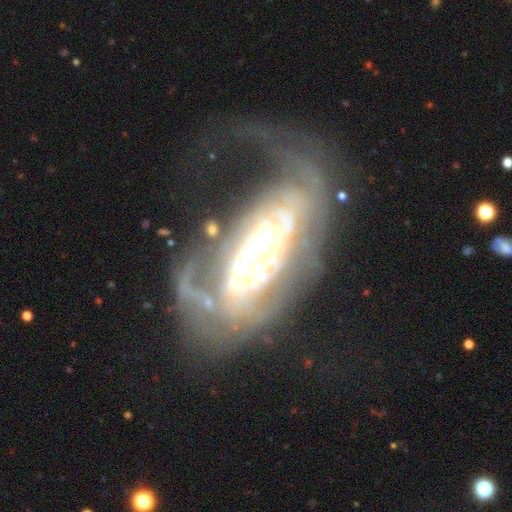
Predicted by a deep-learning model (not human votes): Smooth or featured?
  - featured or disk: 82% *
  - smooth: 10%
  - star or artifact: 8%
Edge-on disk?
  - no: 89% *
  - yes: 11%
Bar?
  - no: 52% *
  - strong: 25%
  - weak: 23%
Spiral arms?
  - yes: 78% *
  - no: 22%
Spiral winding?
  - tight: 47% *
  - medium: 33%
  - loose: 20%
Spiral arm count?
  - can't tell: 43% *
  - 2: 24%
  - 1: 15%
  - 3: 9%
  - 4: 5%
  - more than 4: 4%
Bulge size?
  - large: 38% *
  - moderate: 31%
  - small: 13%
  - dominant: 11%
  - none: 6%
Merging?
  - major disturbance: 54% *
  - none: 24%
  - minor disturbance: 17%
  - merger: 6%